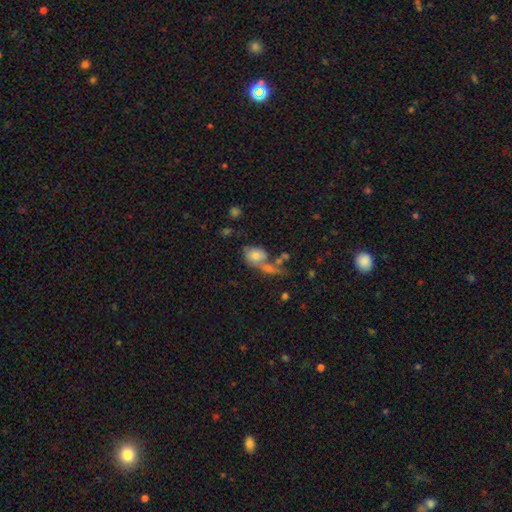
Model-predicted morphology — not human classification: Smooth or featured?
  - smooth: 68% *
  - featured or disk: 20%
  - star or artifact: 11%
How rounded?
  - in between: 64% *
  - round: 33%
  - cigar-shaped: 3%
Merging?
  - merger: 42% *
  - none: 31%
  - minor disturbance: 14%
  - major disturbance: 13%